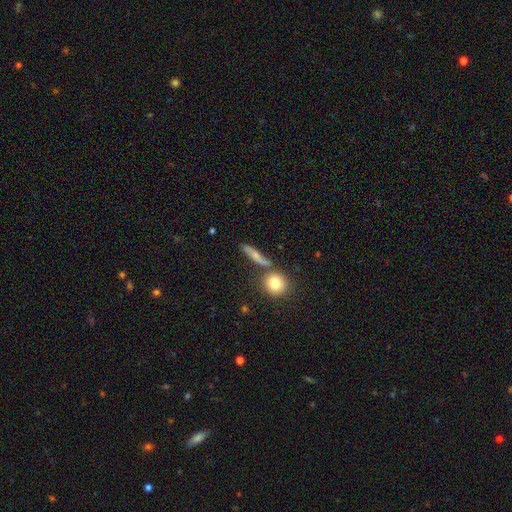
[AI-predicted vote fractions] Smooth or featured: smooth — 55% (featured or disk — 35%)
How rounded: cigar-shaped — 63% (in between — 22%)
Merging: none — 64% (minor disturbance — 16%)